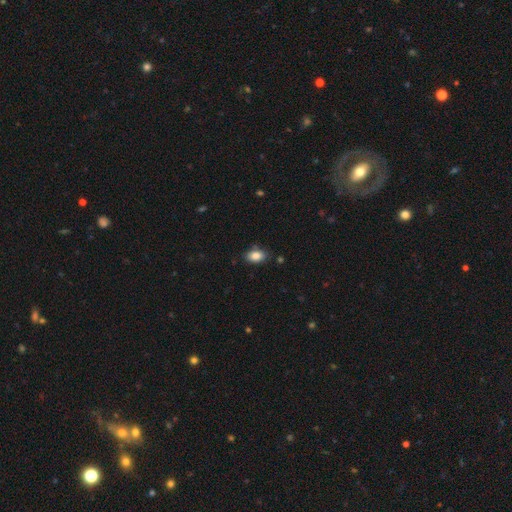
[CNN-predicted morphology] This appears to be a smooth galaxy with no disk features (85%) that is in between round and cigar-shaped (87%). Merging: none (81%).